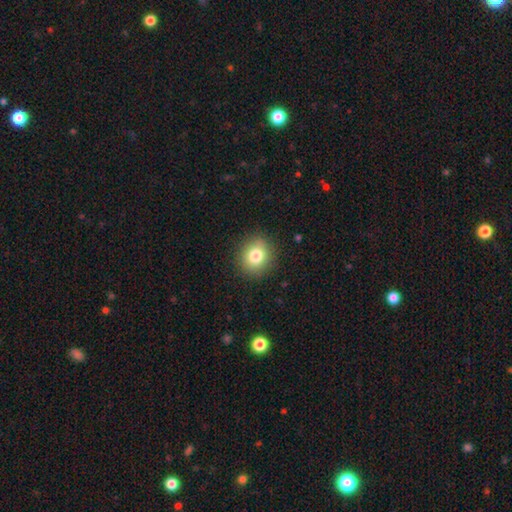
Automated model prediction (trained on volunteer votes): This is clearly a smooth galaxy (81%). How rounded: clearly round (80%). Merging: clearly none (89%).